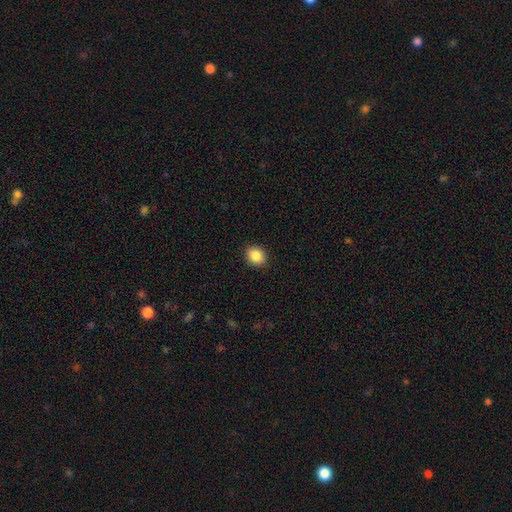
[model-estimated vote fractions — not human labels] Smooth or featured: smooth — 88% (star or artifact — 9%)
How rounded: round — 60% (in between — 39%)
Merging: none — 90% (minor disturbance — 7%)